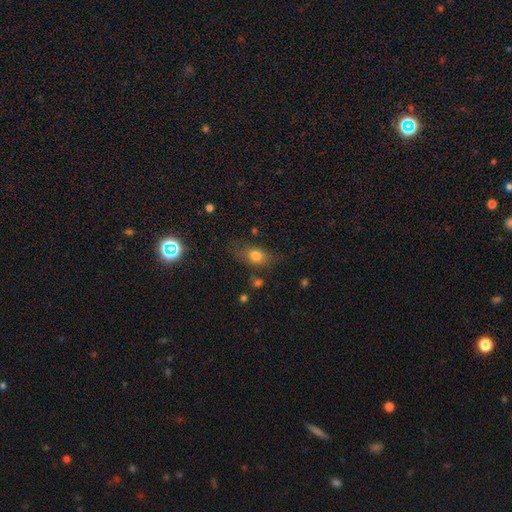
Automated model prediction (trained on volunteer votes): Smooth or featured? Predicted: smooth (p=0.75). How rounded? Predicted: in between (p=0.67). Merging? Predicted: none (p=0.65).